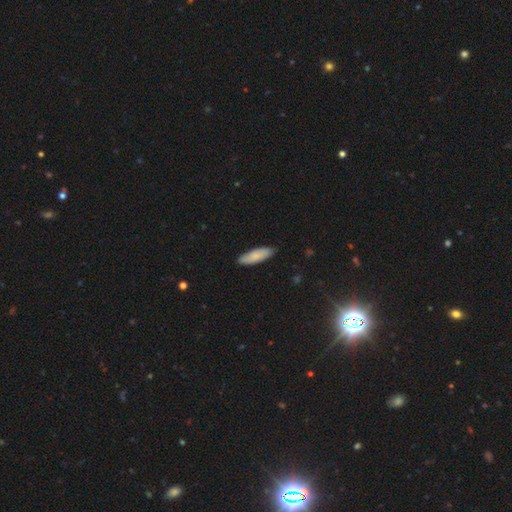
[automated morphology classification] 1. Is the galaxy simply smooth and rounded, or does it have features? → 83% smooth, 12% featured or disk, 5% star or artifact.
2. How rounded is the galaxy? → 50% cigar-shaped, 48% in between, 2% round.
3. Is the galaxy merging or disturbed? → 86% none, 12% minor disturbance, 2% major disturbance, 1% merger.